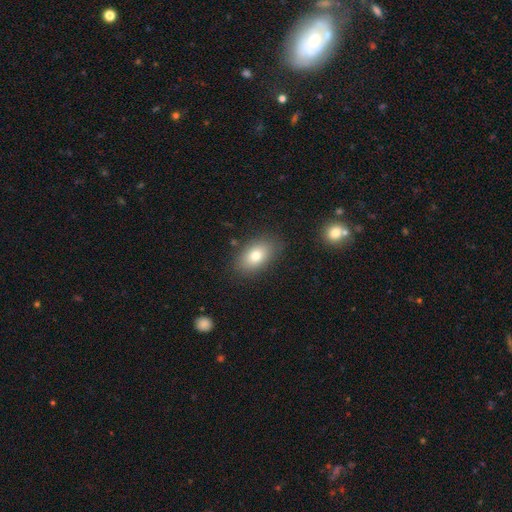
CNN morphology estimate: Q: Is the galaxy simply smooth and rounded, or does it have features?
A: smooth — 78%.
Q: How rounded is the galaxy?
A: in between — 89%.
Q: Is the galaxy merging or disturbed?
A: none — 85%.